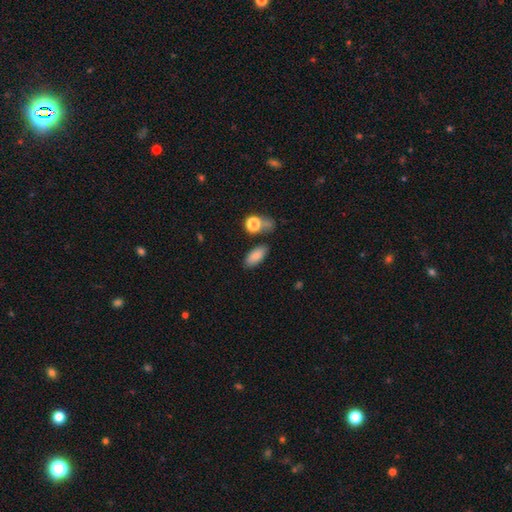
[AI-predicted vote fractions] A smooth galaxy with no disk features (84%) that is in between round and cigar-shaped (87%).

Vote fractions:
- Smooth or featured? smooth: 84% / star or artifact: 9% / featured or disk: 8%
- How rounded? in between: 87% / cigar-shaped: 8% / round: 5%
- Merging? none: 75% / minor disturbance: 13% / merger: 7% / major disturbance: 5%